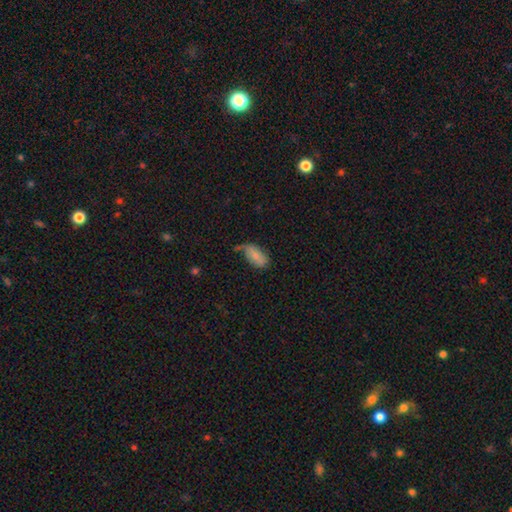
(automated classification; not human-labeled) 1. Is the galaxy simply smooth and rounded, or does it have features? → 76% smooth, 18% featured or disk, 7% star or artifact.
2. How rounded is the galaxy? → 92% in between, 5% cigar-shaped, 3% round.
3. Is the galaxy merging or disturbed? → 43% none, 37% minor disturbance, 15% major disturbance, 5% merger.